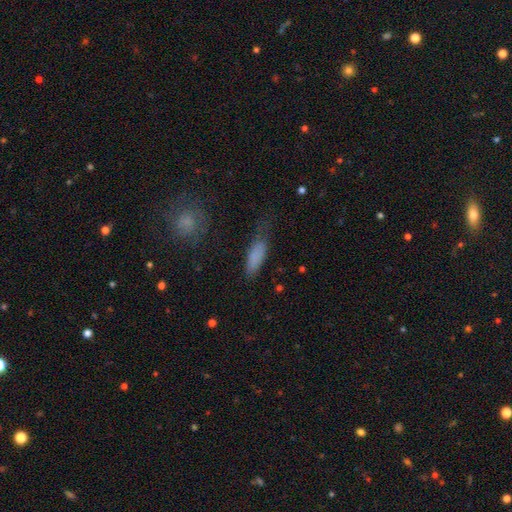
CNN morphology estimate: smooth-or-featured: smooth: 82% | featured or disk: 10% | star or artifact: 9%
  how-rounded: in between: 61% | cigar-shaped: 36% | round: 3%
  merging: none: 53% | minor disturbance: 29% | major disturbance: 14% | merger: 3%